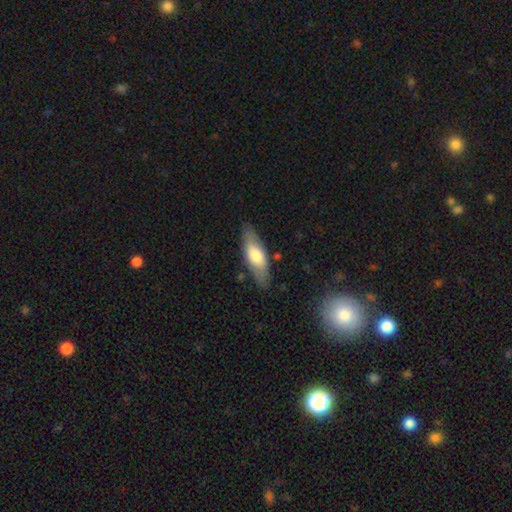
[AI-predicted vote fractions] smooth-or-featured: smooth: 65% | featured or disk: 29% | star or artifact: 5%
  how-rounded: in between: 59% | cigar-shaped: 39% | round: 2%
  merging: none: 81% | minor disturbance: 14% | major disturbance: 3% | merger: 2%